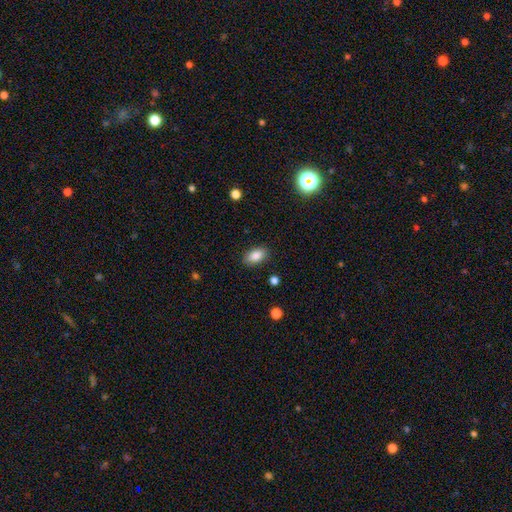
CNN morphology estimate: smooth-or-featured: smooth: 87% | star or artifact: 8% | featured or disk: 5%
  how-rounded: in between: 91% | round: 6% | cigar-shaped: 3%
  merging: none: 87% | minor disturbance: 9% | major disturbance: 2% | merger: 1%